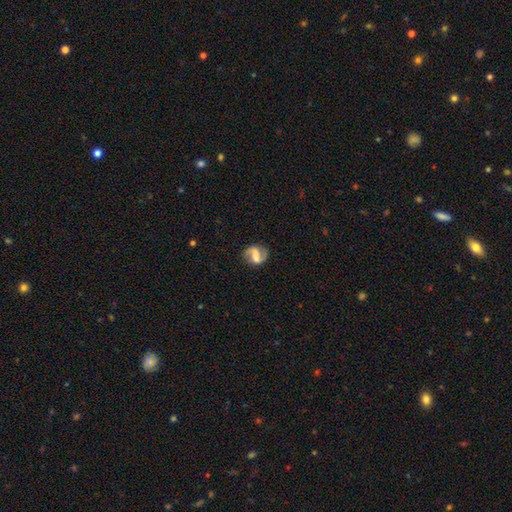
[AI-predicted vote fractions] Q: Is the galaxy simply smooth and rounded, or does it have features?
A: featured or disk — 75%.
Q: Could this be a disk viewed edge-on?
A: no — 98%.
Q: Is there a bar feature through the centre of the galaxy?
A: strong — 44%.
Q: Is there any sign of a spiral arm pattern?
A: yes — 91%.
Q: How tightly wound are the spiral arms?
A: loose — 50%.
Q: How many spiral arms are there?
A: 2 — 87%.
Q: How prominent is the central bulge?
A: none — 40%.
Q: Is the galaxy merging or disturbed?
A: none — 75%.